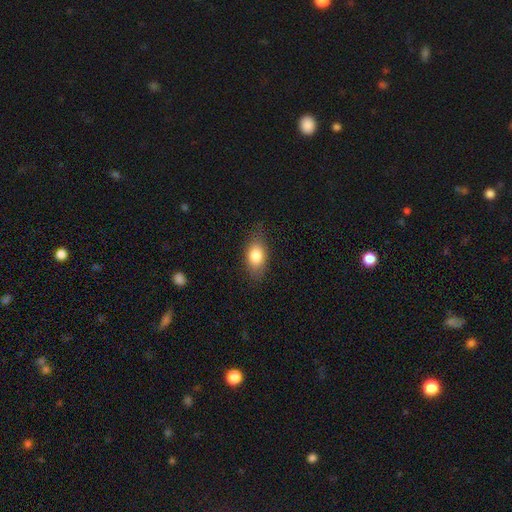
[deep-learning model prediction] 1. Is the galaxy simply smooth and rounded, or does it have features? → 81% smooth, 11% featured or disk, 8% star or artifact.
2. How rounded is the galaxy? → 85% in between, 11% round, 4% cigar-shaped.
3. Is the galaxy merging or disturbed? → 77% none, 18% minor disturbance, 4% major disturbance, 1% merger.